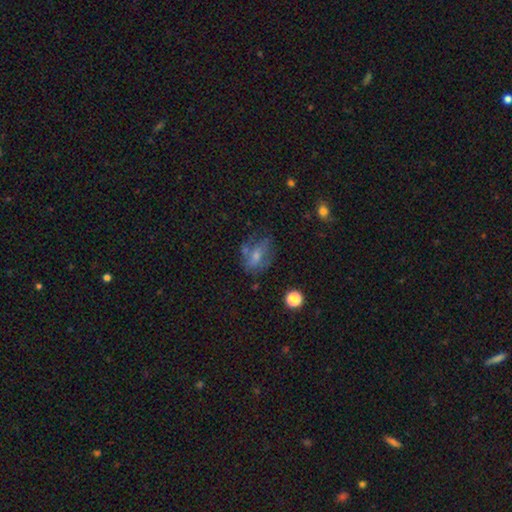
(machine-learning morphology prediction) The model was most divided on "smooth or featured": smooth: 49%, featured or disk: 38%, star or artifact: 12%. Remaining: merging — none (48%).